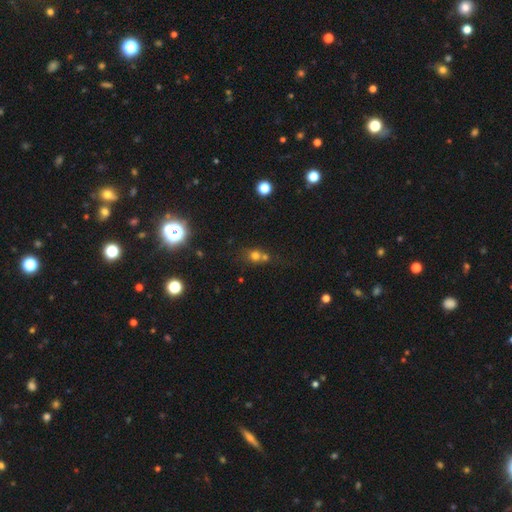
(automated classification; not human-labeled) Morphology: type=smooth (68%); roundness=round (78%); merging=merger (44%).